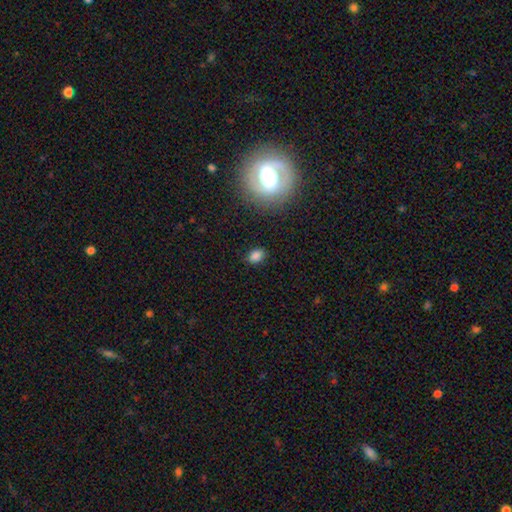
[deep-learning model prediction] A smooth galaxy with no disk features (82%) that is in between round and cigar-shaped (74%). Merging: none (84%).